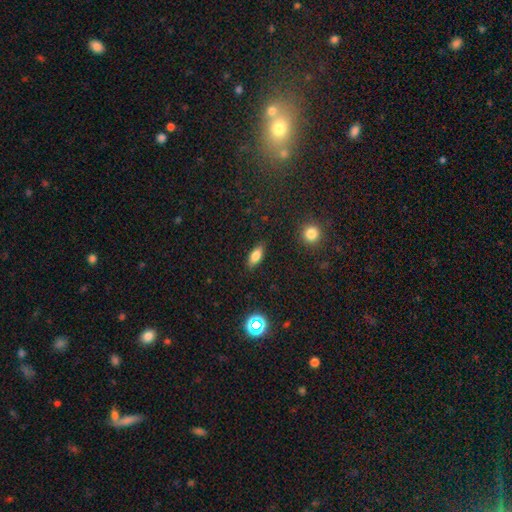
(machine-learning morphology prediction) A smooth galaxy with no disk features (79%) that is in between round and cigar-shaped (77%). Merging: none (85%).